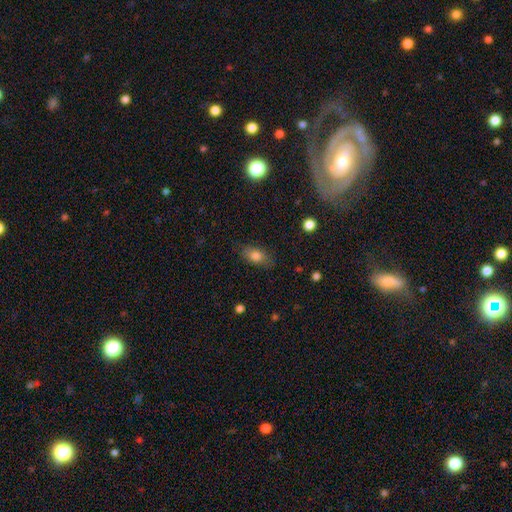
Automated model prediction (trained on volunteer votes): A smooth galaxy with no disk features (78%) that is in between round and cigar-shaped (82%). Merging: none (80%).